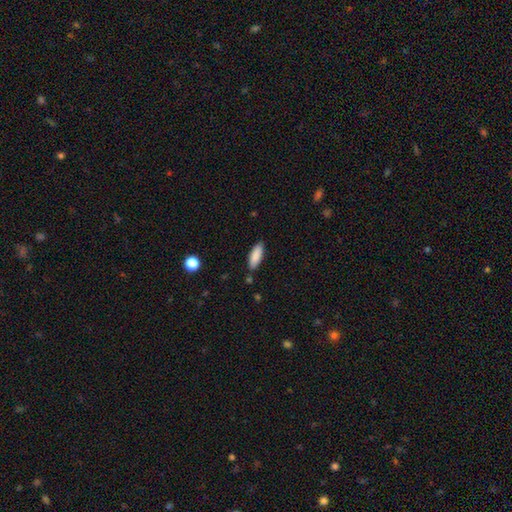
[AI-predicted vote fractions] A smooth galaxy with no disk features (88%) that is in between round and cigar-shaped (63%). Merging: none (84%).